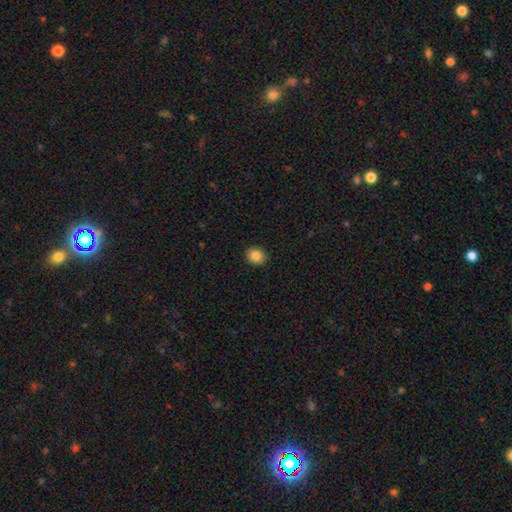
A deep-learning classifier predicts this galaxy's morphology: Overall: smooth (86%). How rounded: round (67%; in between 33%). Merging: none (91%).